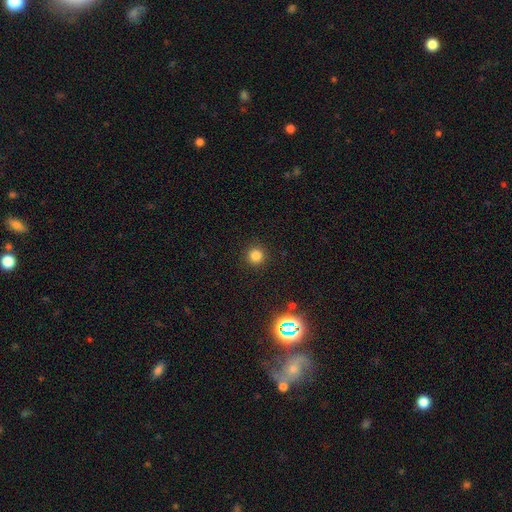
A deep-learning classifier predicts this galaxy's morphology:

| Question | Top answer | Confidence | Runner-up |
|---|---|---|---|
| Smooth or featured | smooth | 79% | star or artifact (16%) |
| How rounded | round | 95% | in between (4%) |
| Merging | none | 92% | minor disturbance (5%) |